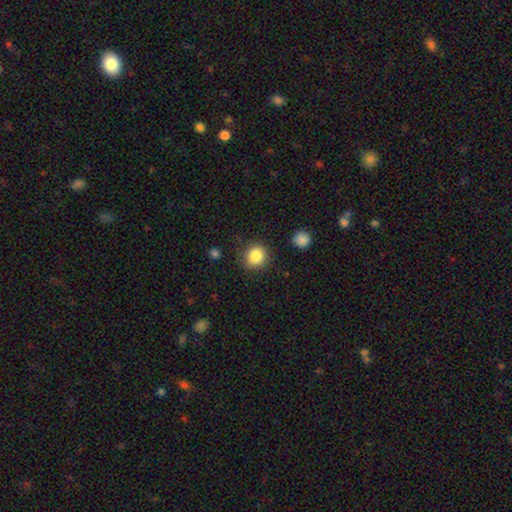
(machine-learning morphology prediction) A smooth galaxy with no disk features (86%) that is round (86%).

Vote fractions:
- Smooth or featured? smooth: 86% / star or artifact: 10% / featured or disk: 5%
- How rounded? round: 86% / in between: 13% / cigar-shaped: 1%
- Merging? none: 85% / minor disturbance: 9% / major disturbance: 3% / merger: 2%